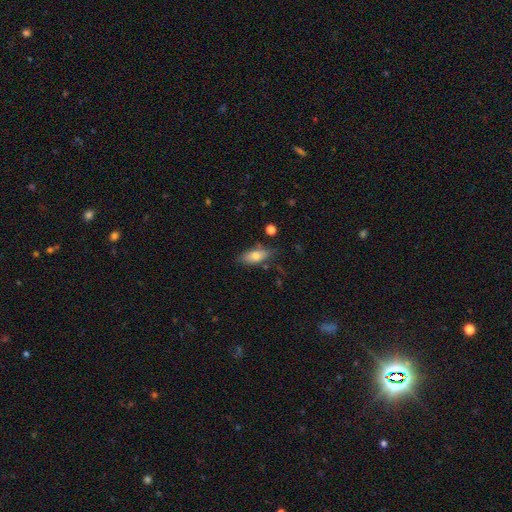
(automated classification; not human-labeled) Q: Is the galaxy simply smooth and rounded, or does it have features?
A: smooth — 76%.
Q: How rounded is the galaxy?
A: in between — 83%.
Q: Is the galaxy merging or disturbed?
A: none — 74%.